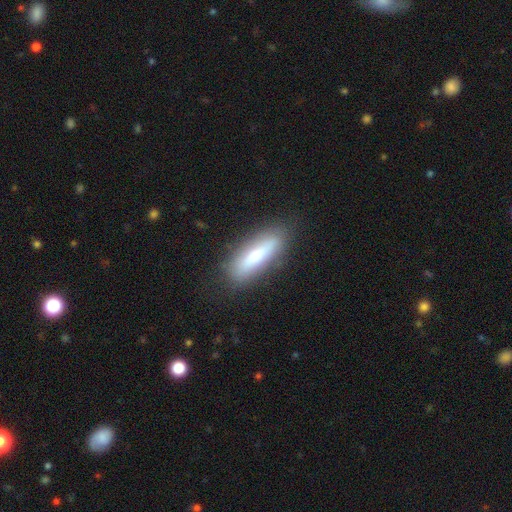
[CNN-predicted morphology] Q: Smooth or featured?
A: smooth (64%); runner-up: featured or disk (30%)
Q: How rounded?
A: cigar-shaped (55%); runner-up: in between (43%)
Q: Merging?
A: none (82%); runner-up: minor disturbance (12%)